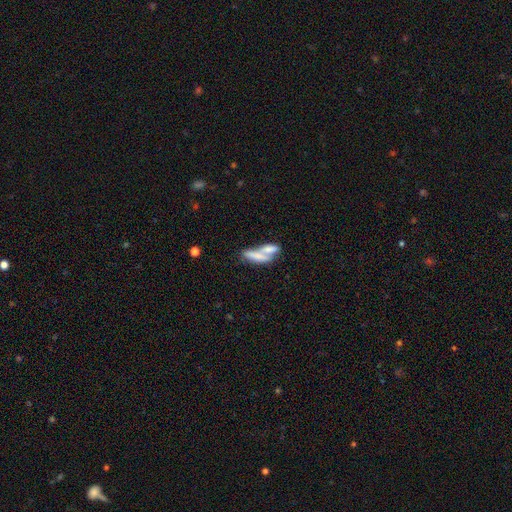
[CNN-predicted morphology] A smooth galaxy with no disk features (64%) that is cigar-shaped (49%).

Vote fractions:
- Smooth or featured? smooth: 64% / featured or disk: 28% / star or artifact: 8%
- How rounded? cigar-shaped: 49% / in between: 48% / round: 4%
- Merging? merger: 61% / none: 23% / minor disturbance: 9% / major disturbance: 7%